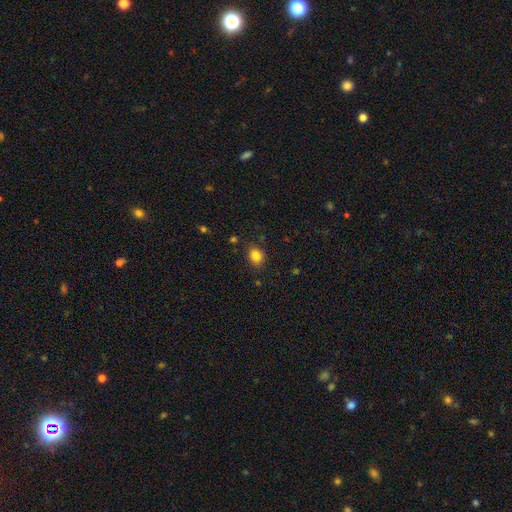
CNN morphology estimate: This is clearly a smooth galaxy (84%). How rounded: possibly in between (56%). Merging: likely none (75%).